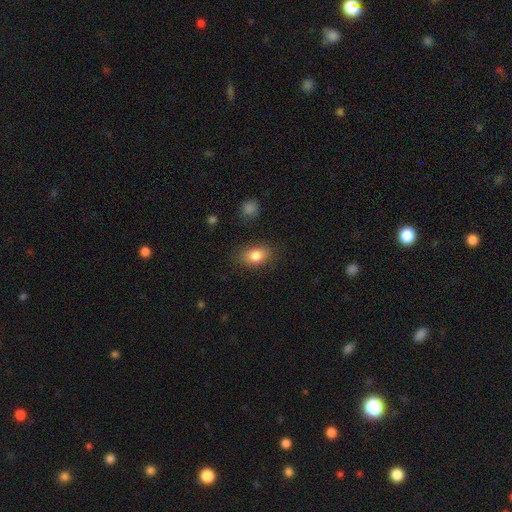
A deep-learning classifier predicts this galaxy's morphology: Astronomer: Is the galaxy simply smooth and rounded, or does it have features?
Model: smooth — 81%.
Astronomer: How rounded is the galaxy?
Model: in between — 76%.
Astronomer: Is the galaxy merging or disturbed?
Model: none — 83%.